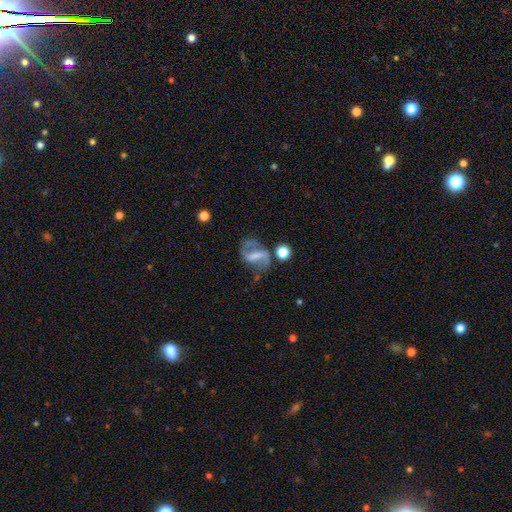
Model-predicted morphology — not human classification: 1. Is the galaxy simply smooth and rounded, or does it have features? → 69% featured or disk, 21% smooth, 10% star or artifact.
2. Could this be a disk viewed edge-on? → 95% no, 5% yes.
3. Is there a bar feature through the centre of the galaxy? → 57% strong, 30% weak, 13% no.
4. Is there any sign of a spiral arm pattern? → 76% yes, 24% no.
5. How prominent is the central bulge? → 45% none, 25% small, 20% moderate, 7% large, 2% dominant.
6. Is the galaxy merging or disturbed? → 48% none, 22% major disturbance, 20% minor disturbance, 10% merger.